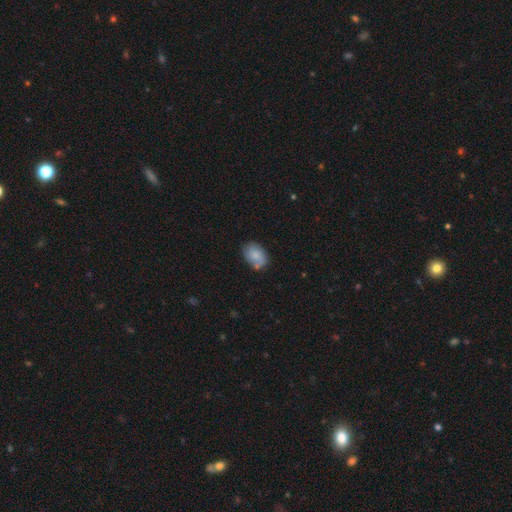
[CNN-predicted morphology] Smooth or featured? smooth (76%)
How rounded? in between (83%)
Merging? none (66%)